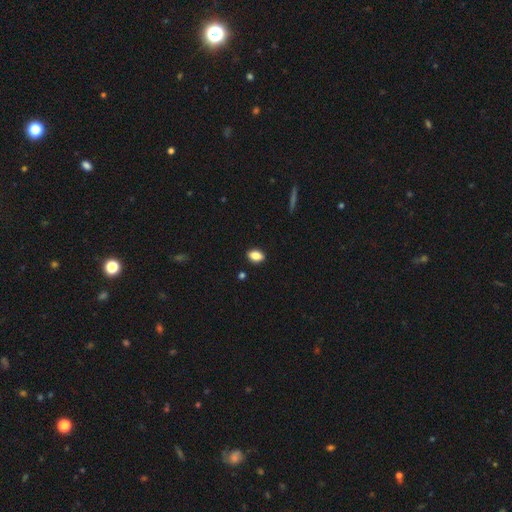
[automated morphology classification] A smooth galaxy with no disk features (86%) that is in between round and cigar-shaped (85%). Merging: none (89%).